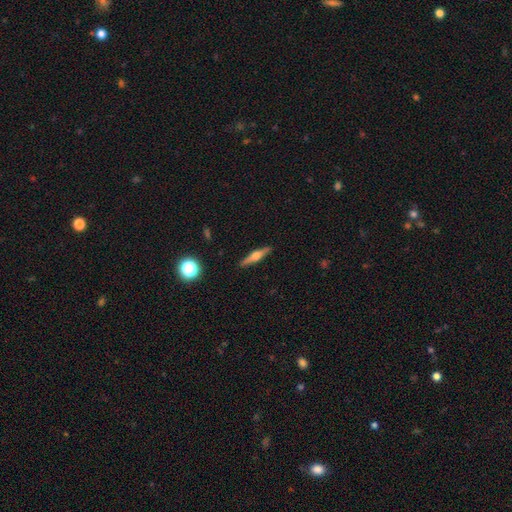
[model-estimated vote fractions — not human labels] The model was most divided on "smooth or featured": featured or disk: 60%, smooth: 33%, star or artifact: 7%. More confident: edge-on disk — yes (97%); edge-on bulge — rounded (91%); merging — none (90%).